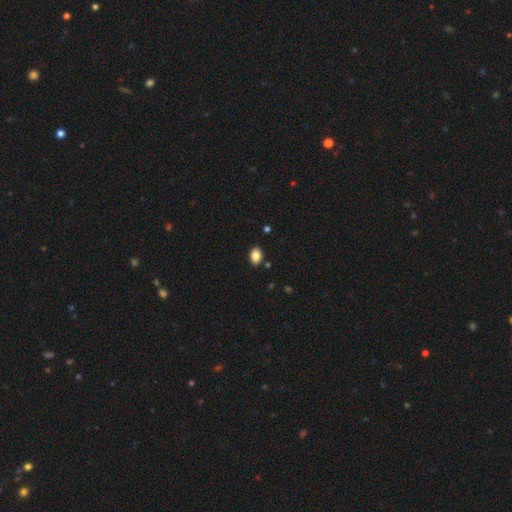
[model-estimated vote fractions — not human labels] Morphology: type=smooth (86%); roundness=in between (78%); merging=none (87%).